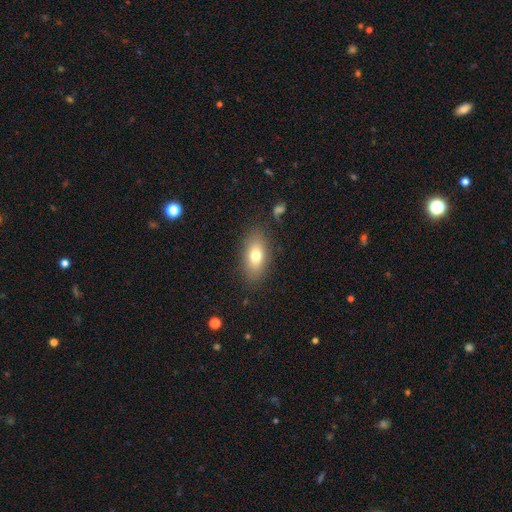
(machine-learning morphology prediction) This is likely a smooth galaxy (74%). How rounded: clearly in between (86%). Merging: clearly none (83%).